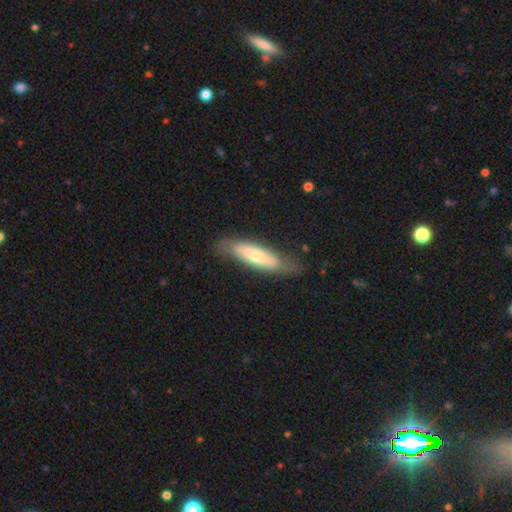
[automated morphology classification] smooth_or_featured: smooth (p=0.59) [alt: featured or disk p=0.35]
how_rounded: cigar-shaped (p=0.64) [alt: in between p=0.34]
merging: none (p=0.69) [alt: minor disturbance p=0.22]